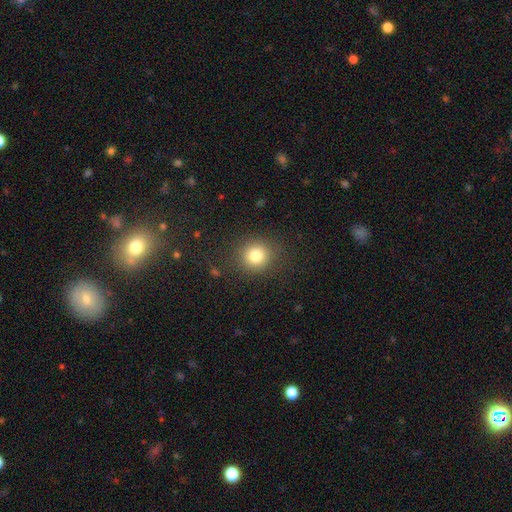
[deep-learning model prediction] This is clearly a smooth galaxy (80%). How rounded: clearly round (87%). Merging: clearly none (86%).